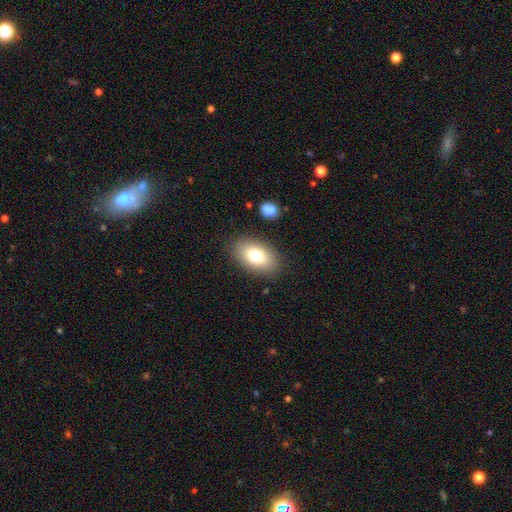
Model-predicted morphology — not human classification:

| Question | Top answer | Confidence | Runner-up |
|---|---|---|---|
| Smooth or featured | smooth | 76% | featured or disk (15%) |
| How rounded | in between | 91% | round (8%) |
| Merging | none | 85% | minor disturbance (10%) |